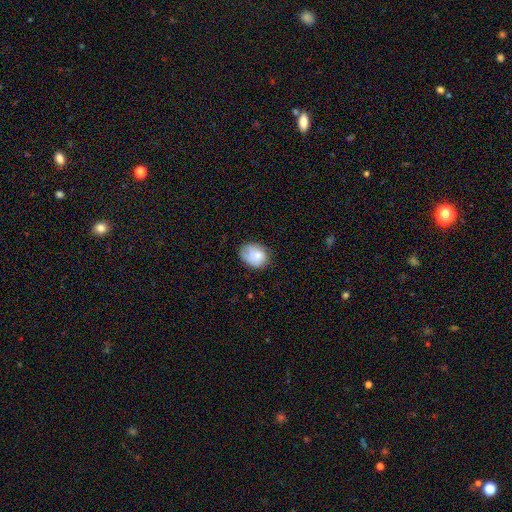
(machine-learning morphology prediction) Overall: smooth (75%). How rounded: in between (59%; round 40%). Merging: none (63%; minor disturbance 27%).